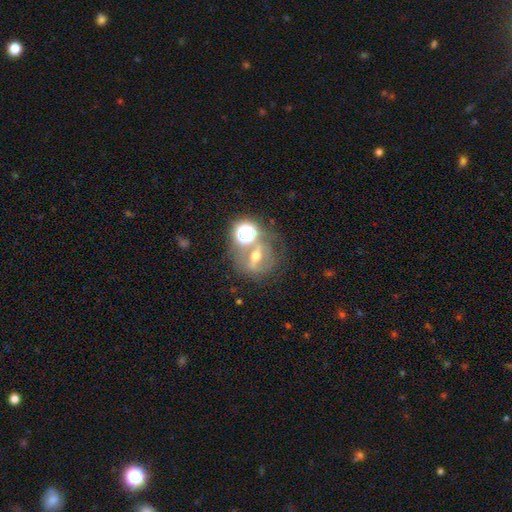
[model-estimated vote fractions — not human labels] Overall: featured or disk (48%; smooth 28%). Merging: none (50%; merger 26%).